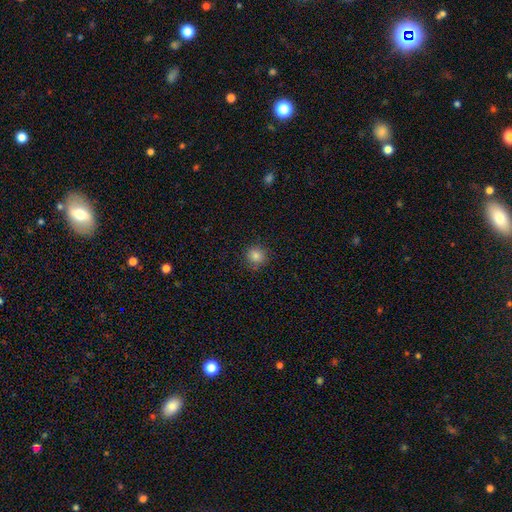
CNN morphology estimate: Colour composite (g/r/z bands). It shows a smooth galaxy with no disk features (84%) that is round (92%). Merging: none (89%).